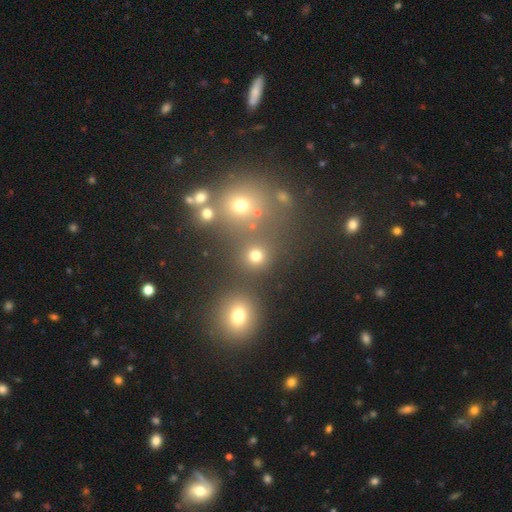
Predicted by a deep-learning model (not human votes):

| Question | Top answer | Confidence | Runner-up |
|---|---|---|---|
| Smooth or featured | smooth | 74% | star or artifact (20%) |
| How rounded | round | 88% | in between (11%) |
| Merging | none | 76% | merger (13%) |